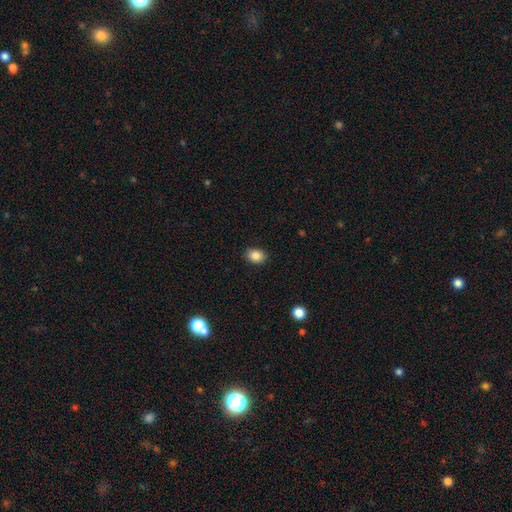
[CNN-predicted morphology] This is clearly a smooth galaxy (86%). How rounded: likely in between (64%). Merging: clearly none (89%).